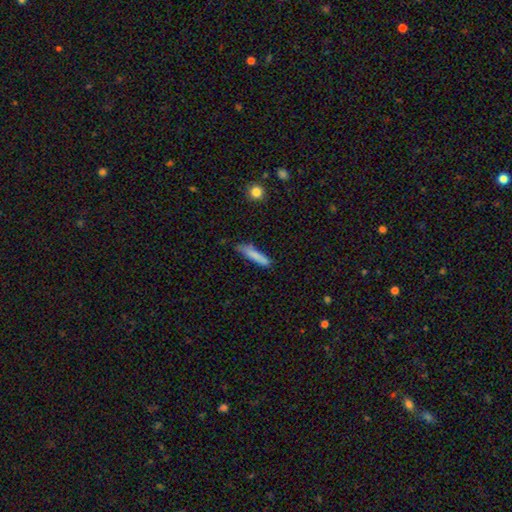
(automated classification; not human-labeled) Q: Smooth or featured?
A: smooth (81%); runner-up: featured or disk (13%)
Q: How rounded?
A: cigar-shaped (88%); runner-up: in between (11%)
Q: Merging?
A: none (67%); runner-up: minor disturbance (25%)